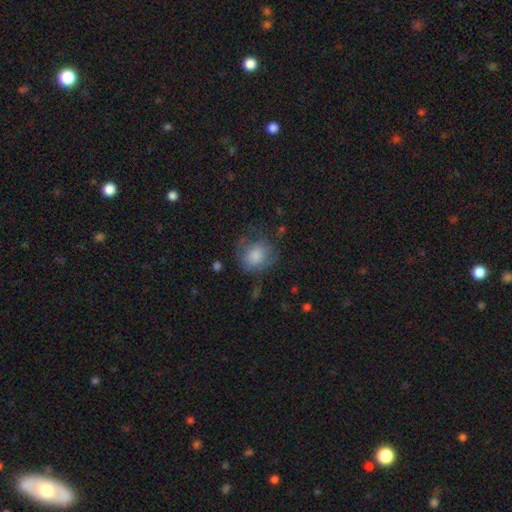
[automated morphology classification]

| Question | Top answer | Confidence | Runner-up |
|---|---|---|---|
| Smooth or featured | smooth | 69% | featured or disk (23%) |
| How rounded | round | 73% | in between (26%) |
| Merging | none | 49% | minor disturbance (27%) |